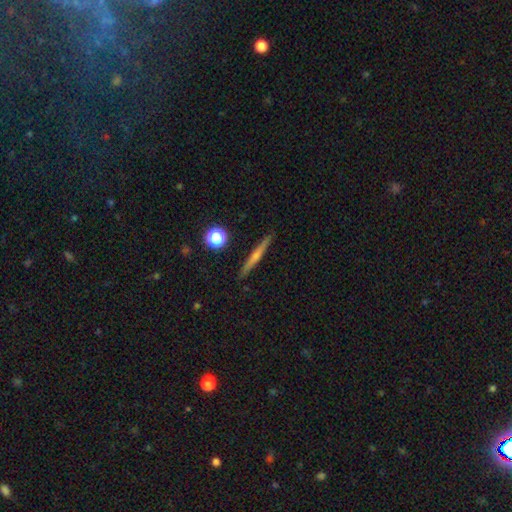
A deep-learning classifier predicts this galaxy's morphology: Smooth or featured: featured or disk — 57% (smooth — 36%)
Edge-on disk: yes — 97% (no — 3%)
Edge-on bulge: rounded — 57% (none — 37%)
Merging: none — 91% (minor disturbance — 6%)